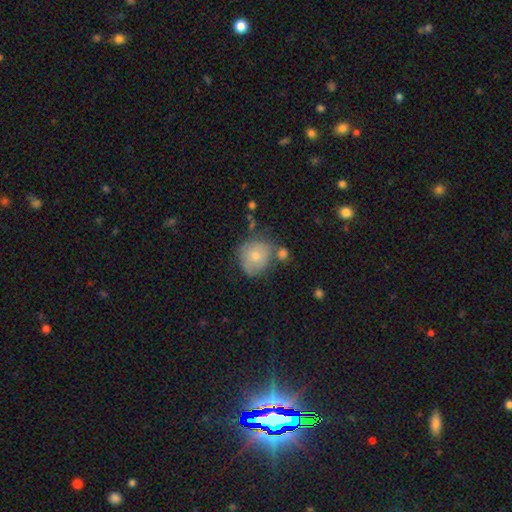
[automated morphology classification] smooth_or_featured: smooth (p=0.70) [alt: featured or disk p=0.22]
how_rounded: round (p=0.86) [alt: in between p=0.13]
merging: none (p=0.55) [alt: minor disturbance p=0.23]